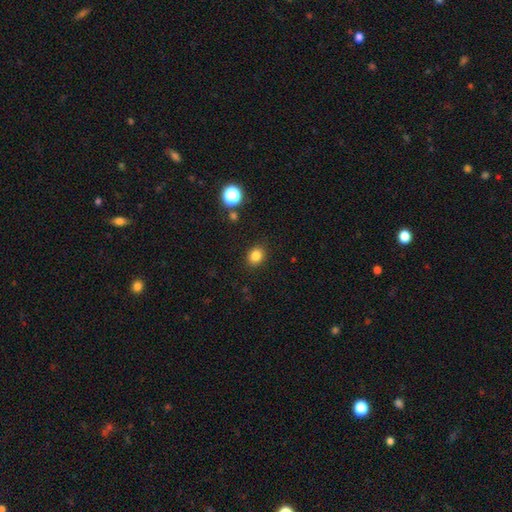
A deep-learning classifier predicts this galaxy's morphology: This appears to be a smooth galaxy with no disk features (83%) that is round (61%). Merging: none (89%).